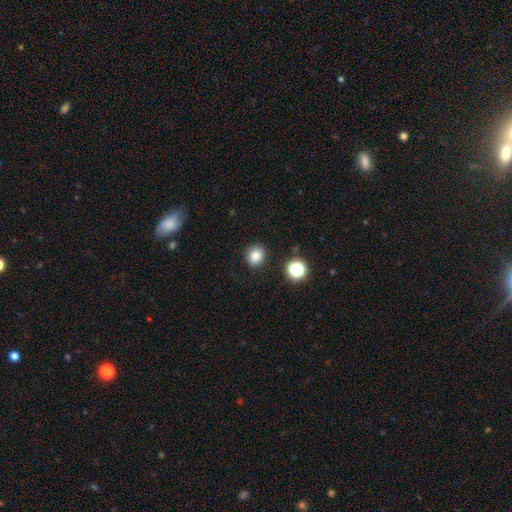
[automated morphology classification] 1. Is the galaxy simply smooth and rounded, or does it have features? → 82% smooth, 12% star or artifact, 5% featured or disk.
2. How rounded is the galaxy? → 75% round, 24% in between, 1% cigar-shaped.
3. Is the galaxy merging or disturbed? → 88% none, 8% minor disturbance, 2% major disturbance, 2% merger.